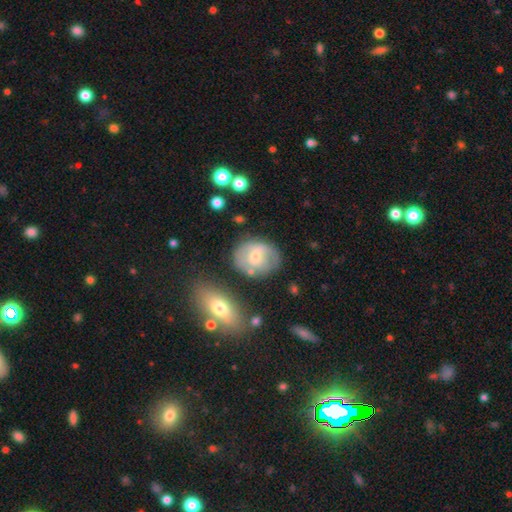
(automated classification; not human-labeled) Smooth or featured? featured or disk (46%, tied with smooth)
Merging? none (63%)